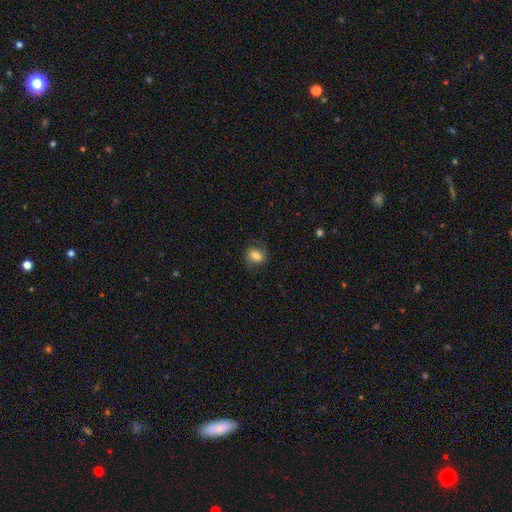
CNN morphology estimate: A smooth galaxy with no disk features (73%) that is in between round and cigar-shaped (56%). Merging: none (70%).